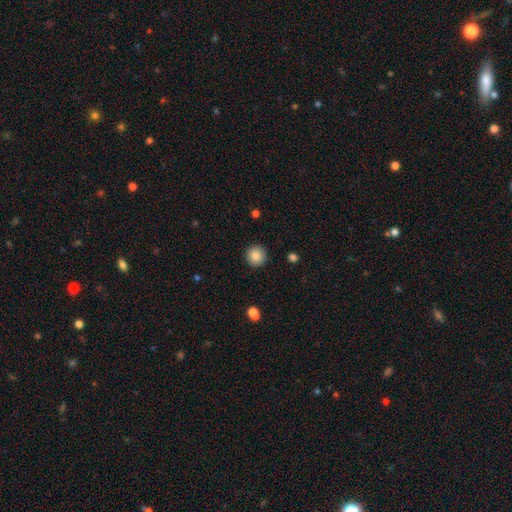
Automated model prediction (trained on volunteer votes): A smooth galaxy with no disk features (85%) that is round (95%).

Vote fractions:
- Smooth or featured? smooth: 85% / star or artifact: 9% / featured or disk: 6%
- How rounded? round: 95% / in between: 4% / cigar-shaped: 1%
- Merging? none: 92% / minor disturbance: 5% / major disturbance: 2% / merger: 1%